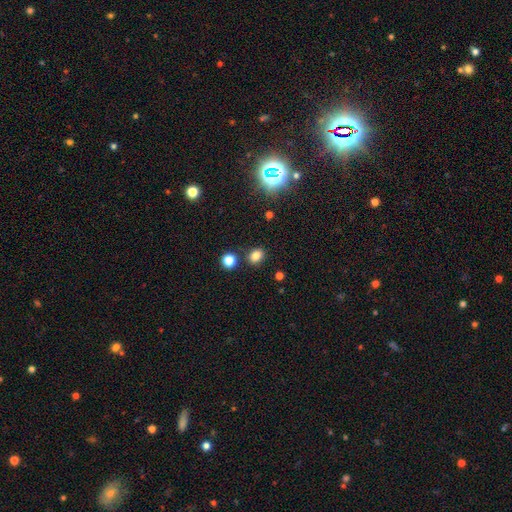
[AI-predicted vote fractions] A smooth galaxy with no disk features (79%) that is in between round and cigar-shaped (51%).

Vote fractions:
- Smooth or featured? smooth: 79% / star or artifact: 16% / featured or disk: 6%
- How rounded? in between: 51% / round: 48% / cigar-shaped: 1%
- Merging? none: 80% / minor disturbance: 10% / merger: 7% / major disturbance: 3%